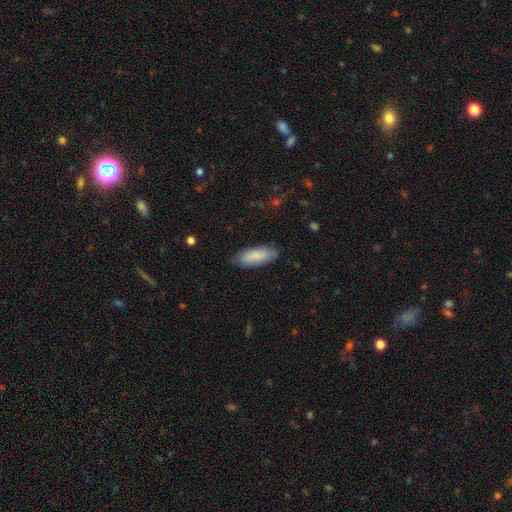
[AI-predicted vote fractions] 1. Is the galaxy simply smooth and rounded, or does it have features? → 85% smooth, 9% featured or disk, 6% star or artifact.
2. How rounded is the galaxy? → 69% in between, 29% cigar-shaped, 2% round.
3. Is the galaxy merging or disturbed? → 83% none, 13% minor disturbance, 3% major disturbance, 1% merger.